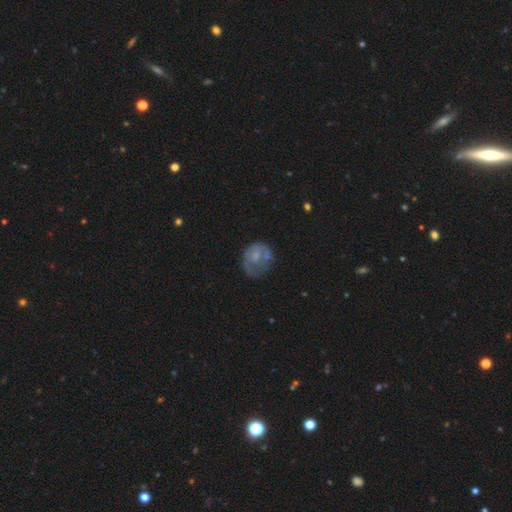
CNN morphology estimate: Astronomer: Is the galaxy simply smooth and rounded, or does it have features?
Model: smooth — 46% (runner-up: featured or disk, 45%).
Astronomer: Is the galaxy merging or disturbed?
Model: none — 38% (runner-up: major disturbance, 29%).